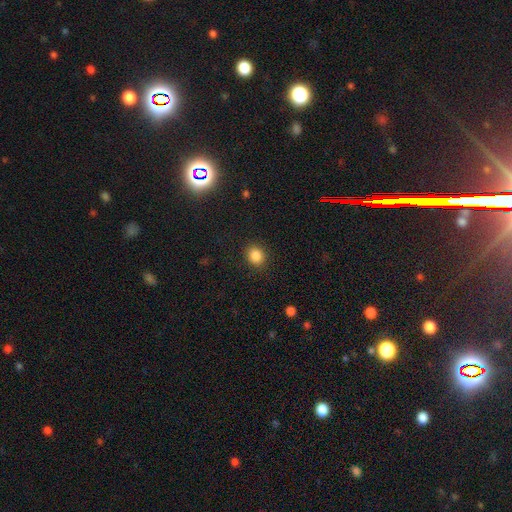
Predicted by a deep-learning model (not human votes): Smooth or featured?
  - smooth: 86% *
  - star or artifact: 10%
  - featured or disk: 4%
How rounded?
  - round: 65% *
  - in between: 34%
  - cigar-shaped: 1%
Merging?
  - none: 89% *
  - minor disturbance: 7%
  - major disturbance: 3%
  - merger: 1%